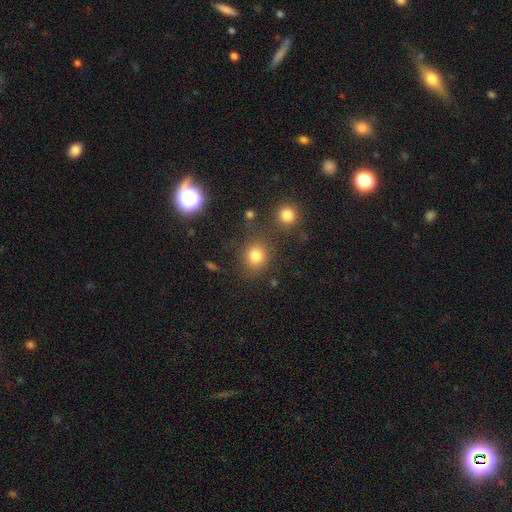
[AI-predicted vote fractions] smooth 80%, star or artifact 14%, featured or disk 7%. Down the decision tree: how rounded — round (79%); merging — none (75%).